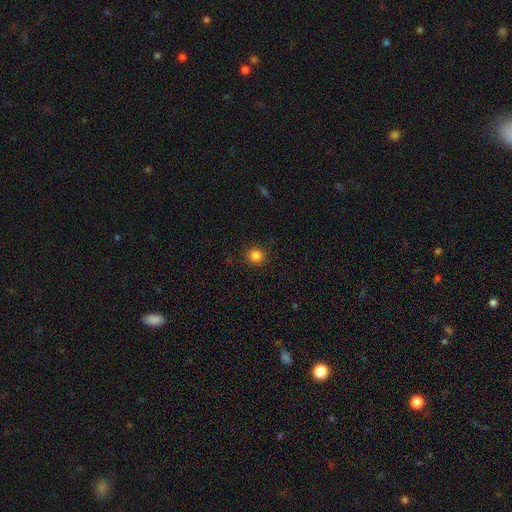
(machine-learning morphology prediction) Smooth or featured: smooth — 84% (star or artifact — 12%)
How rounded: round — 93% (in between — 6%)
Merging: none — 92% (minor disturbance — 5%)